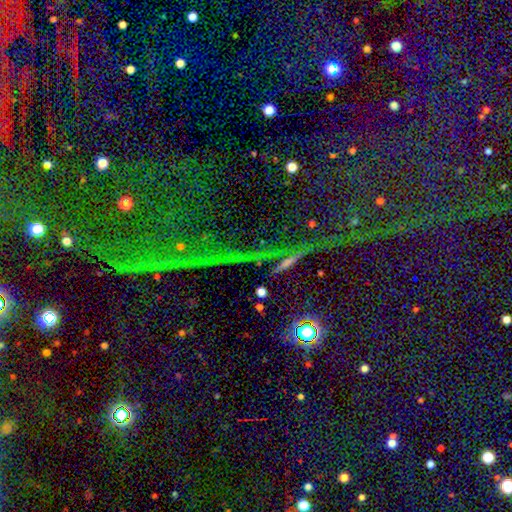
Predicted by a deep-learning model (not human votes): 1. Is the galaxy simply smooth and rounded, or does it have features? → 80% star or artifact, 11% smooth, 9% featured or disk.